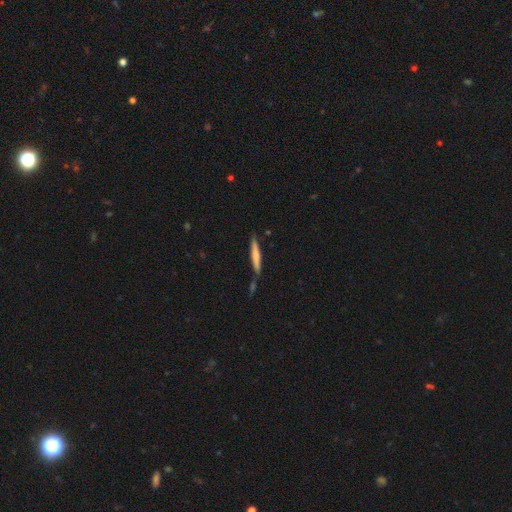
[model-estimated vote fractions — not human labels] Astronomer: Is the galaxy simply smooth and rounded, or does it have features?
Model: smooth — 67%.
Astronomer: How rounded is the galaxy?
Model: cigar-shaped — 94%.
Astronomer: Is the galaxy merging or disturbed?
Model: none — 74%.